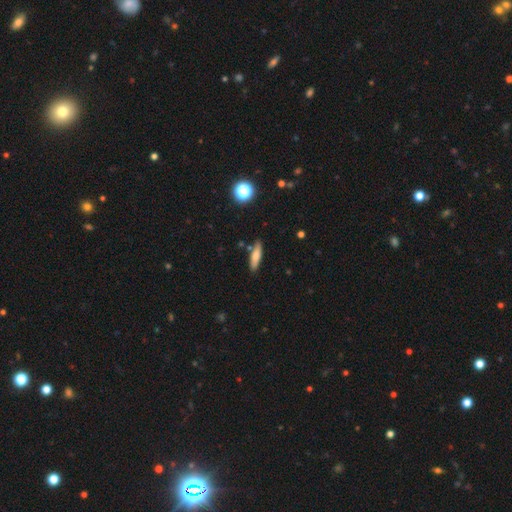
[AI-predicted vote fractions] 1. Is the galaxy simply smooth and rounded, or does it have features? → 71% smooth, 22% featured or disk, 8% star or artifact.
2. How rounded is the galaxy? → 68% cigar-shaped, 30% in between, 2% round.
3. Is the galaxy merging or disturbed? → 82% none, 13% minor disturbance, 3% merger, 2% major disturbance.